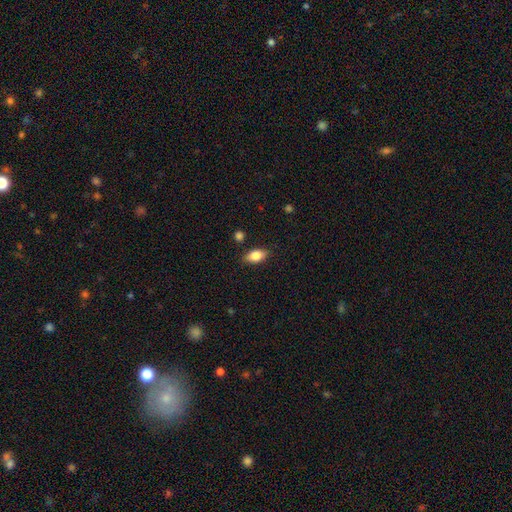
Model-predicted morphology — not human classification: smooth 79%, featured or disk 13%, star or artifact 8%. Down the decision tree: how rounded — in between (87%); merging — none (83%).